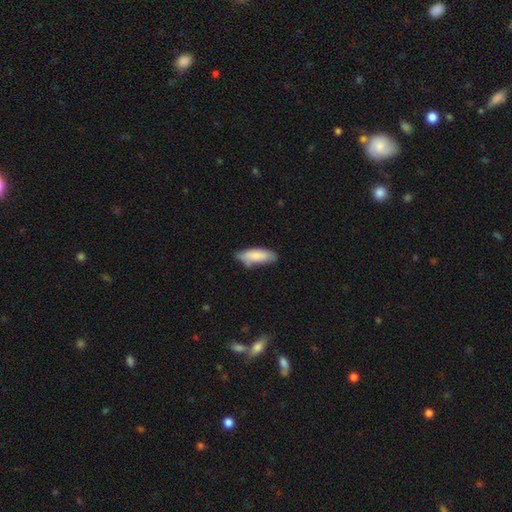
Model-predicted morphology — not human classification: The model was most divided on "how rounded": in between: 62%, cigar-shaped: 36%, round: 2%. More confident: smooth or featured — smooth (84%); merging — none (68%).